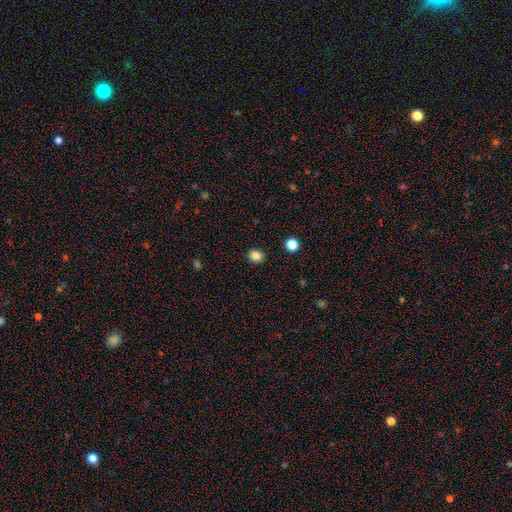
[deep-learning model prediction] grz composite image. It shows a smooth galaxy with no disk features (84%) that is round (69%). Merging: none (91%).